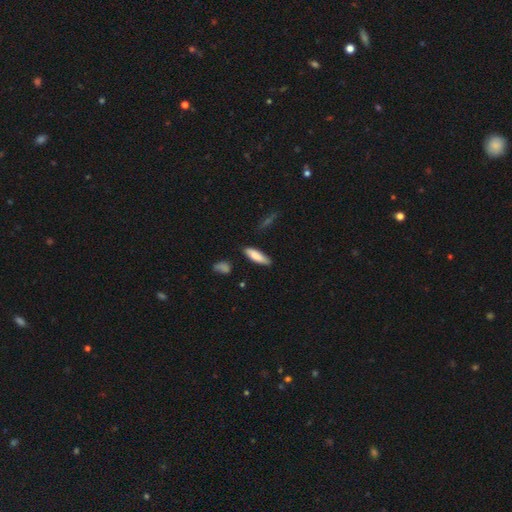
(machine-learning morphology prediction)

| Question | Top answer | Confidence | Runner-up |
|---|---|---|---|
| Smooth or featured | smooth | 81% | featured or disk (13%) |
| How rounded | cigar-shaped | 52% | in between (46%) |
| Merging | none | 77% | minor disturbance (17%) |